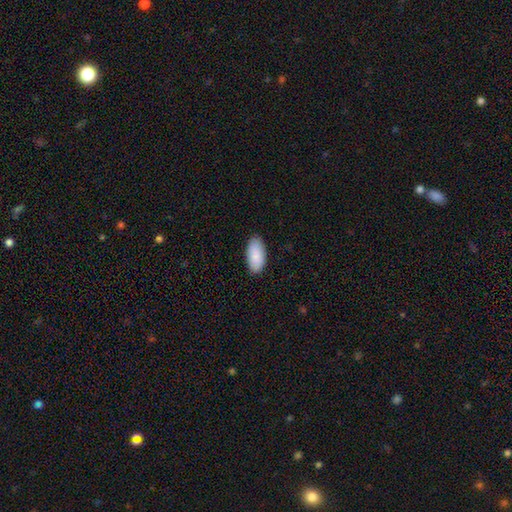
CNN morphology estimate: The model was most divided on "merging": none: 88%, minor disturbance: 10%, major disturbance: 2%, merger: 1%. More confident: how rounded — in between (94%); smooth or featured — smooth (90%).